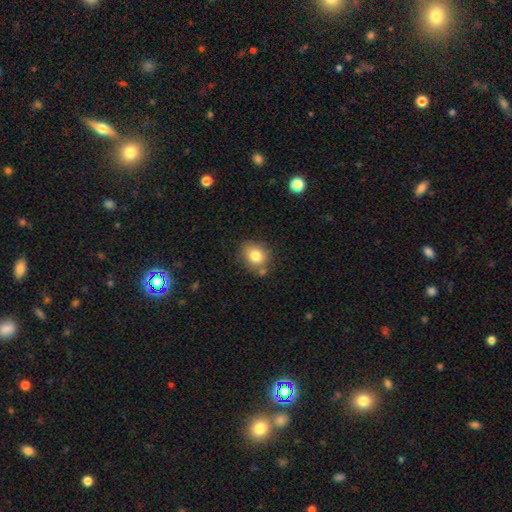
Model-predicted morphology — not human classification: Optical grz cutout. It shows a smooth galaxy with no disk features (81%) that is round (61%). Merging: none (74%).